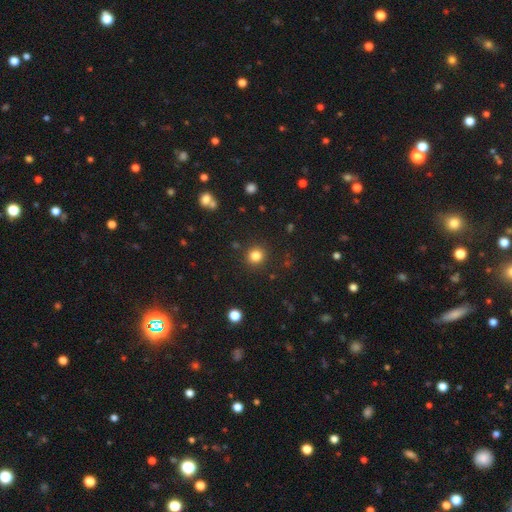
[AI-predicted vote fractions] Smooth or featured? Predicted: smooth (p=0.82). How rounded? Predicted: round (p=0.92). Merging? Predicted: none (p=0.90).